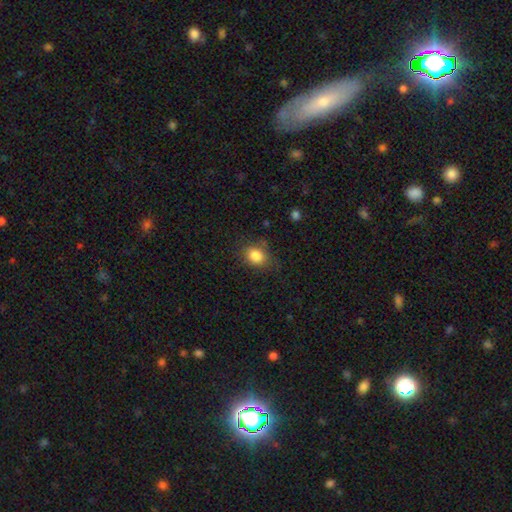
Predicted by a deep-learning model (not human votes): Overall: smooth (84%). How rounded: round (50%; in between 49%). Merging: none (75%).